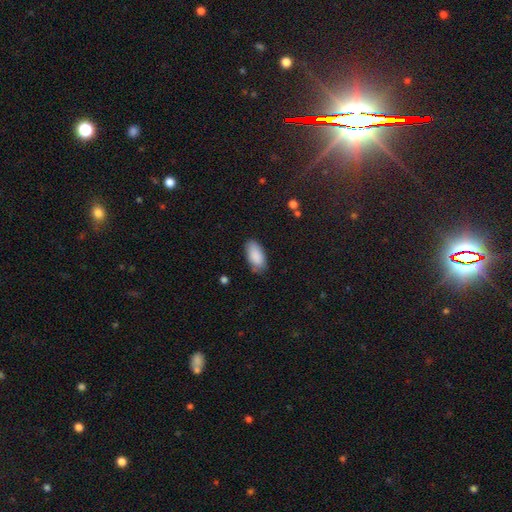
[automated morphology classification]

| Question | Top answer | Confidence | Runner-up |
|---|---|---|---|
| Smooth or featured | smooth | 89% | star or artifact (6%) |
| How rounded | in between | 93% | cigar-shaped (5%) |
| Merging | none | 76% | minor disturbance (19%) |